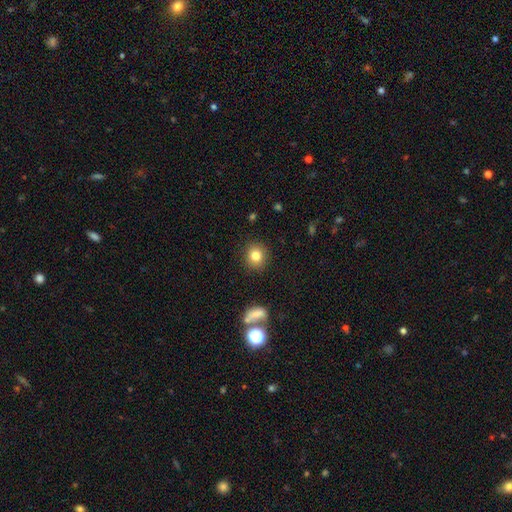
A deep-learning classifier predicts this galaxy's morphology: This appears to be a smooth galaxy with no disk features (82%) that is round (86%). Merging: none (89%).